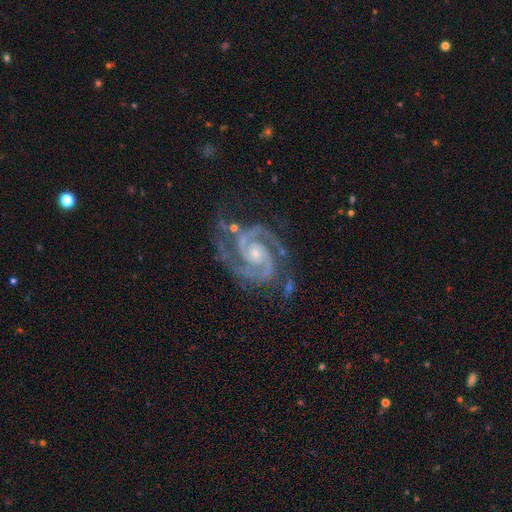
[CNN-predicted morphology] The model was most divided on "spiral winding": tight: 56%, medium: 40%, loose: 4%. More confident: spiral arms — yes (99%); edge-on disk — no (98%); smooth or featured — featured or disk (93%); spiral arm count — 2 (88%); merging — none (72%); bulge size — small (60%); bar — no (56%).